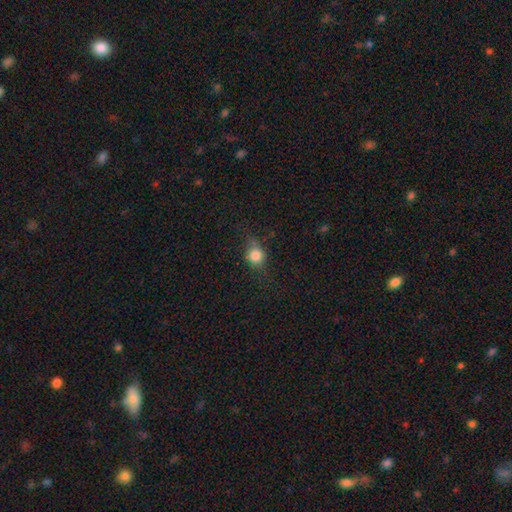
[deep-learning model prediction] smooth-or-featured: smooth: 79% | star or artifact: 12% | featured or disk: 9%
  how-rounded: round: 74% | in between: 25% | cigar-shaped: 2%
  merging: none: 66% | minor disturbance: 24% | major disturbance: 8% | merger: 2%